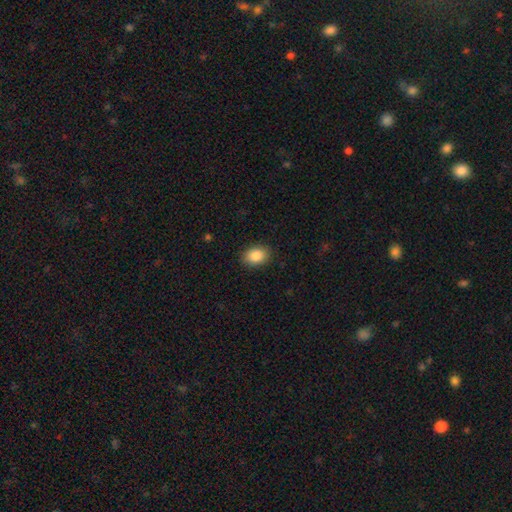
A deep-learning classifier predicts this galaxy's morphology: Overall: smooth (87%). How rounded: in between (76%). Merging: none (89%).